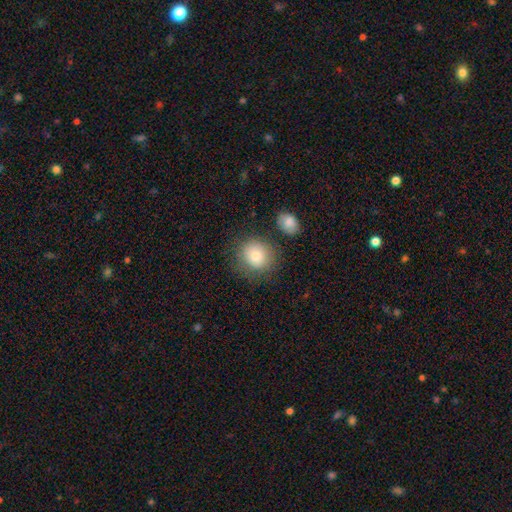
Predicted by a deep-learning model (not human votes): A smooth galaxy with no disk features (82%) that is round (79%). Merging: none (77%).